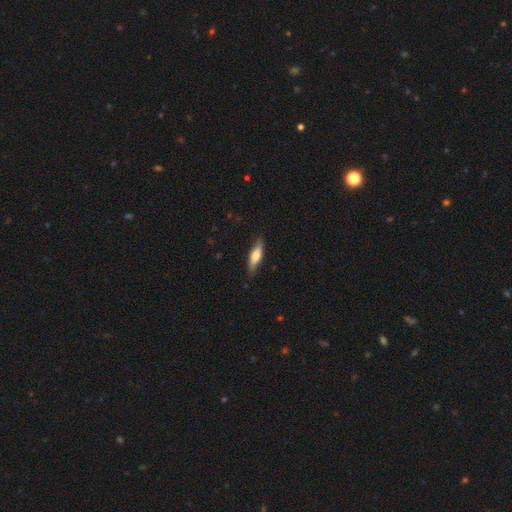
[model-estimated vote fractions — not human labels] Q: Smooth or featured?
A: smooth (57%); runner-up: featured or disk (38%)
Q: How rounded?
A: cigar-shaped (60%); runner-up: in between (38%)
Q: Merging?
A: none (82%); runner-up: minor disturbance (14%)